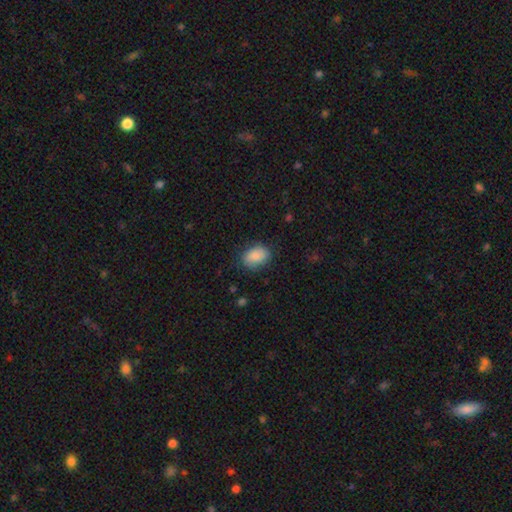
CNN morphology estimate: Q: Smooth or featured?
A: smooth (86%); runner-up: star or artifact (7%)
Q: How rounded?
A: in between (78%); runner-up: round (21%)
Q: Merging?
A: none (76%); runner-up: minor disturbance (18%)